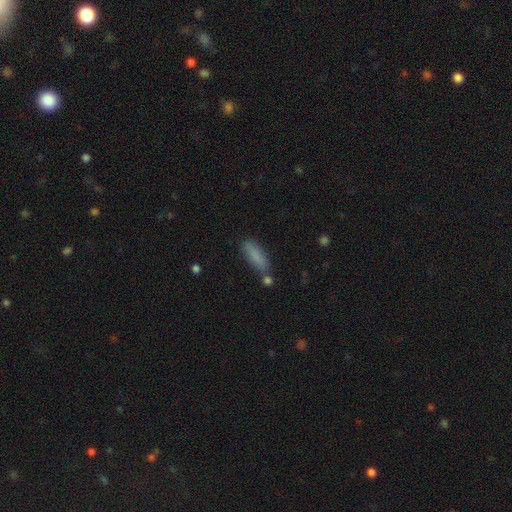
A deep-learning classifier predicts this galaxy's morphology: A smooth galaxy with no disk features (84%) that is cigar-shaped (50%). Merging: none (70%).